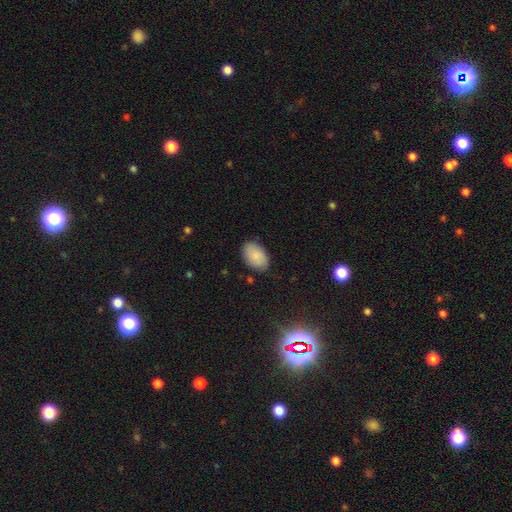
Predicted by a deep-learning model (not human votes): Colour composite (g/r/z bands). It shows a smooth galaxy with no disk features (86%) that is in between round and cigar-shaped (92%). Merging: none (83%).